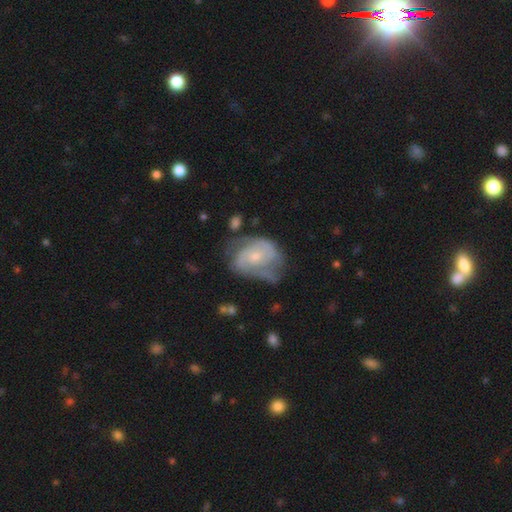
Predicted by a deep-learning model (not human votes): featured or disk 75%, smooth 19%, star or artifact 6%. Down the decision tree: edge-on disk — no (97%); bar — no (65%); spiral arms — yes (88%); spiral arm count — 2 (57%); spiral winding — medium (42%); bulge size — small (69%); merging — none (45%).